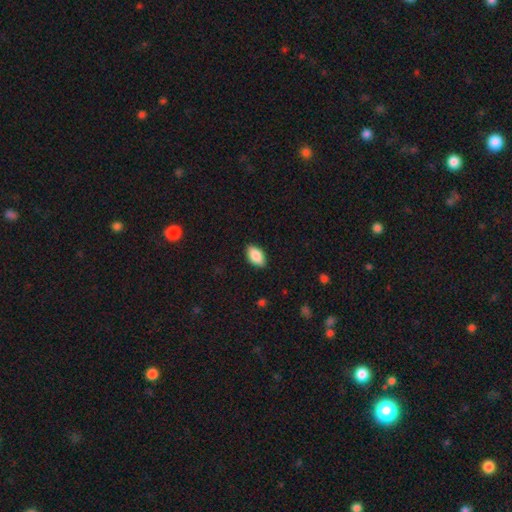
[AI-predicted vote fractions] Morphology: type=smooth (87%); roundness=in between (93%); merging=none (87%).